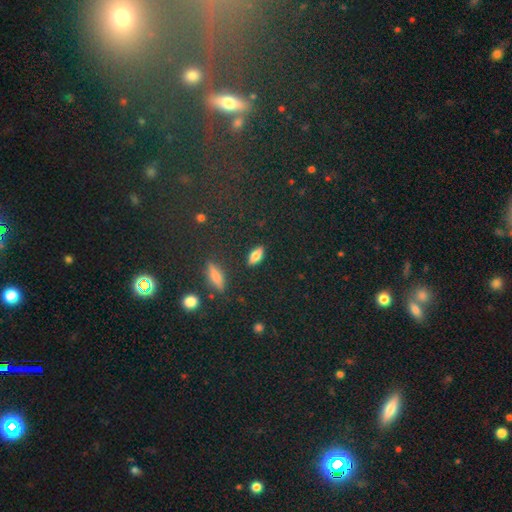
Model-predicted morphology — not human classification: smooth 71%, featured or disk 19%, star or artifact 10%. Down the decision tree: how rounded — in between (77%); merging — none (87%).